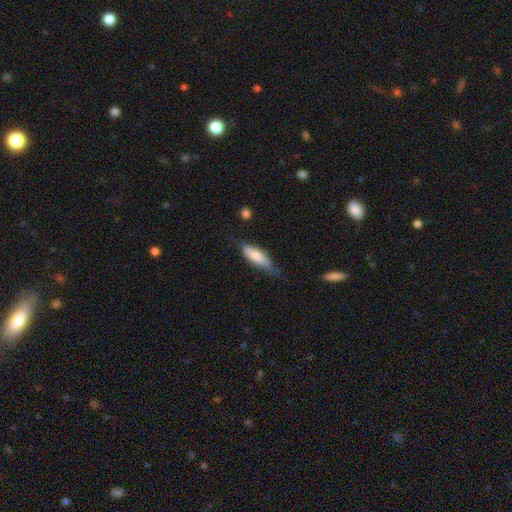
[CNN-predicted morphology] Overall: smooth (76%). How rounded: in between (52%; cigar-shaped 46%). Merging: none (57%; minor disturbance 33%).